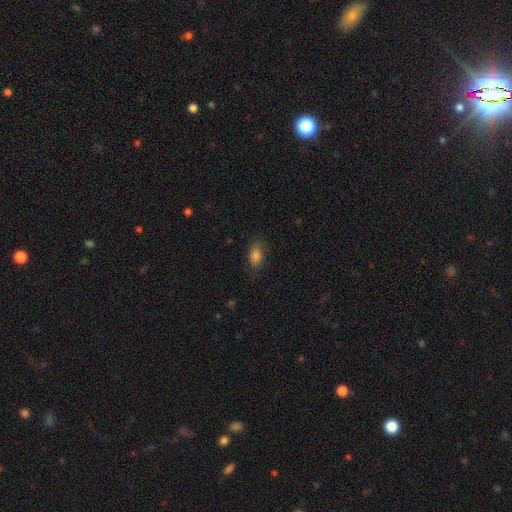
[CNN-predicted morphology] type=smooth (82%); roundness=in between (87%); merging=none (76%).